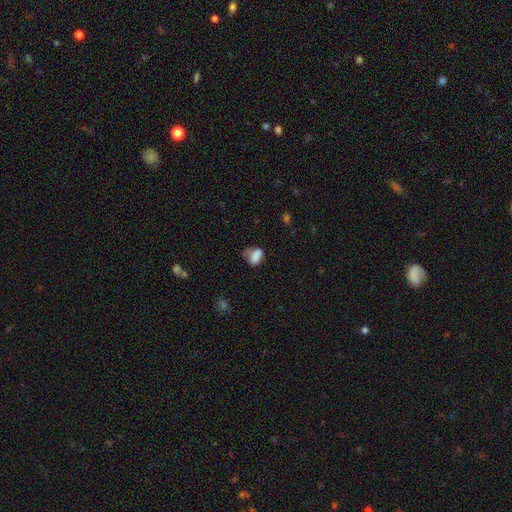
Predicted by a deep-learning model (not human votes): Morphology: type=smooth (78%); roundness=in between (78%); merging=none (36%).